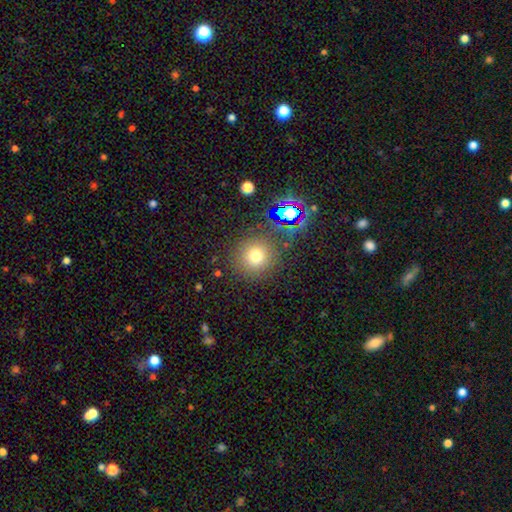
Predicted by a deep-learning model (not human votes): Morphology: type=smooth (71%); roundness=round (93%); merging=none (85%).